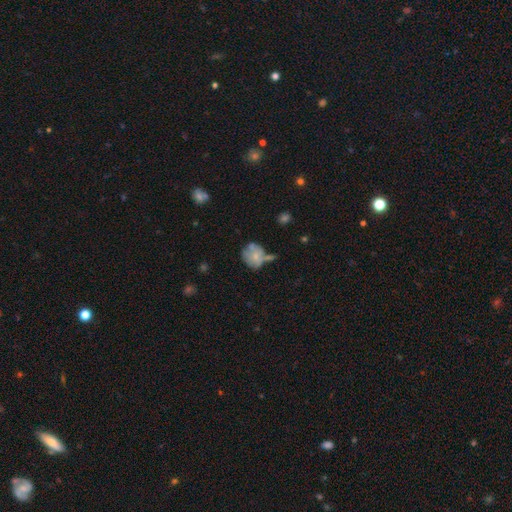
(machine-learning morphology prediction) type=smooth (58%); roundness=round (61%); merging=none (38%).